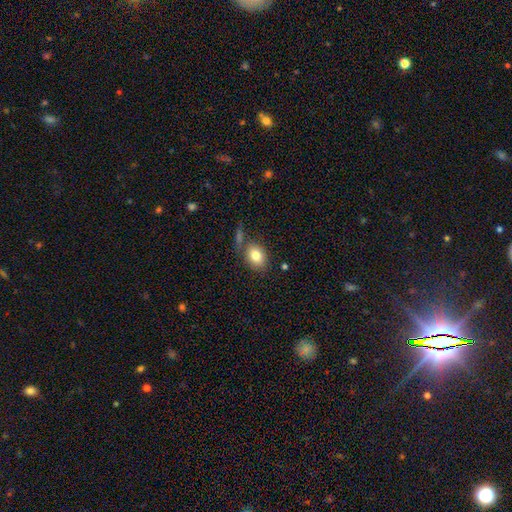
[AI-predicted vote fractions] This appears to be a smooth galaxy with no disk features (81%) that is in between round and cigar-shaped (70%). Merging: none (68%).